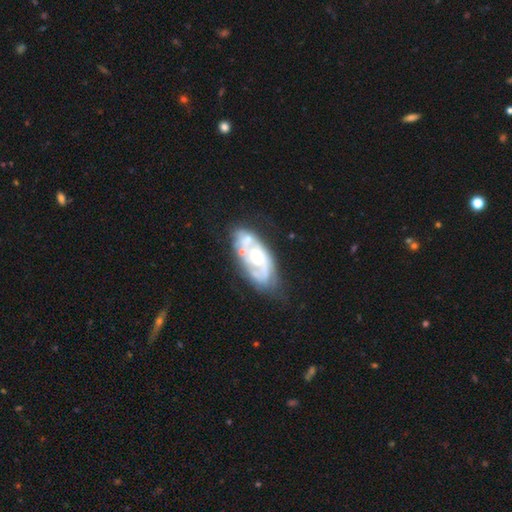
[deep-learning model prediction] Q: Smooth or featured?
A: featured or disk (74%); runner-up: smooth (19%)
Q: Edge-on disk?
A: no (93%); runner-up: yes (7%)
Q: Bar?
A: no (76%); runner-up: weak (19%)
Q: Spiral arms?
A: yes (73%); runner-up: no (27%)
Q: Spiral winding?
A: tight (56%); runner-up: medium (32%)
Q: Spiral arm count?
A: can't tell (40%); tied with: 2 (40%)
Q: Bulge size?
A: moderate (50%); runner-up: small (40%)
Q: Merging?
A: none (55%); runner-up: minor disturbance (21%)